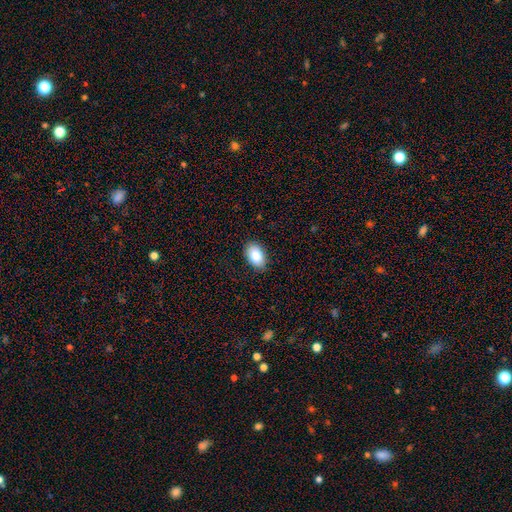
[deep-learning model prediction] This is clearly a smooth galaxy (85%). How rounded: clearly in between (91%). Merging: clearly none (87%).